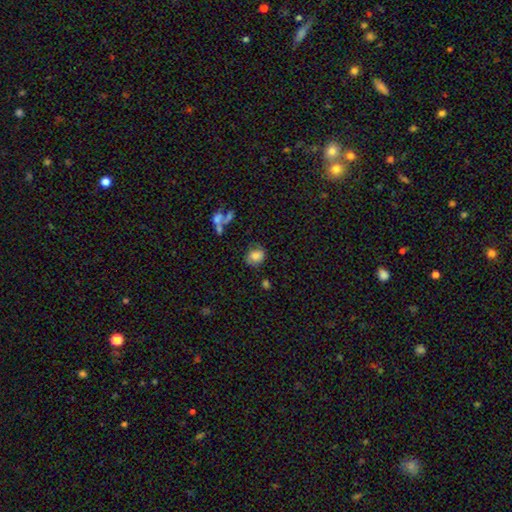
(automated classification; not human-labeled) Smooth or featured? smooth (77%)
How rounded? round (56%)
Merging? none (67%)